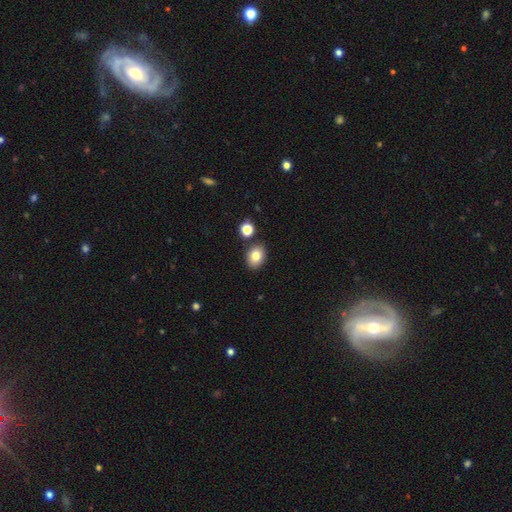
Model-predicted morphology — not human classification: The model was most divided on "how rounded": in between: 57%, round: 42%, cigar-shaped: 1%. More confident: merging — none (83%); smooth or featured — smooth (81%).